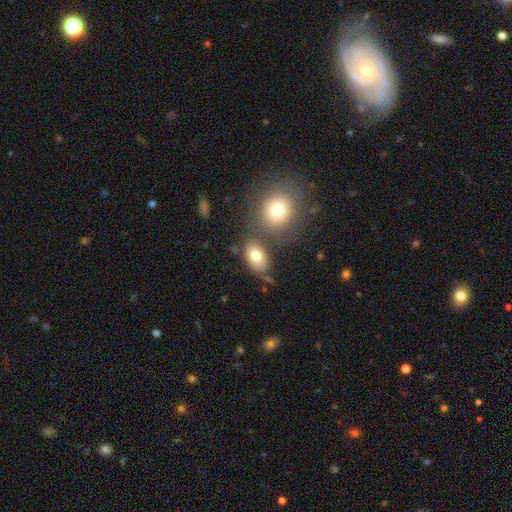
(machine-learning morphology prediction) Smooth or featured: smooth — 78% (featured or disk — 13%)
How rounded: in between — 82% (round — 17%)
Merging: none — 63% (merger — 18%)